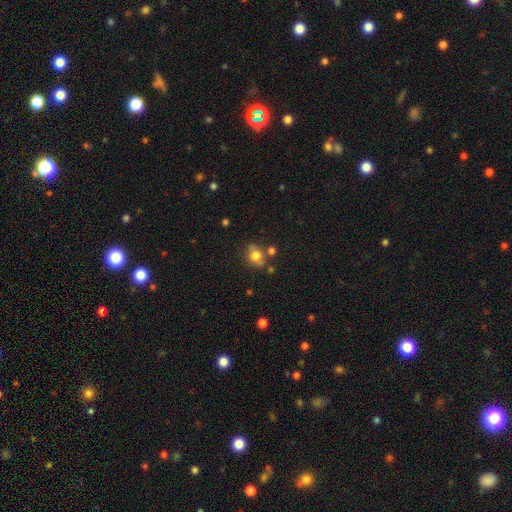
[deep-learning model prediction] Smooth or featured? Predicted: smooth (p=0.74). How rounded? Predicted: round (p=0.58). Merging? Predicted: none (p=0.61).